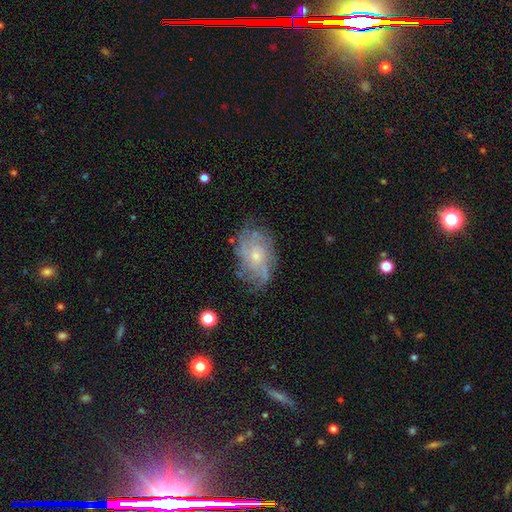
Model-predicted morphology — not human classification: type=featured or disk (74%); edge-on=no (96%); bar=no (78%); spiral arms=yes (87%); winding=tight (49%); arm count=can't tell (50%); bulge=small (63%); merging=none (69%).